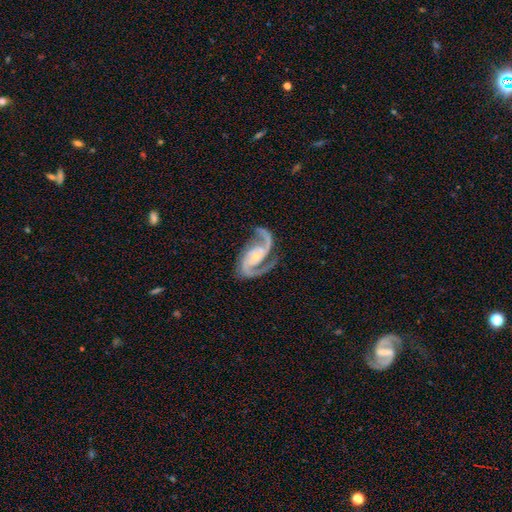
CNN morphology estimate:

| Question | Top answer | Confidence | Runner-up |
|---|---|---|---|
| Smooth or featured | featured or disk | 93% | star or artifact (4%) |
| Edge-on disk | no | 98% | yes (2%) |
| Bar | no | 53% | weak (30%) |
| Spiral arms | yes | 98% | no (2%) |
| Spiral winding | medium | 59% | tight (24%) |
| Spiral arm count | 2 | 92% | 3 (3%) |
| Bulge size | small | 68% | moderate (25%) |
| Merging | none | 71% | minor disturbance (17%) |